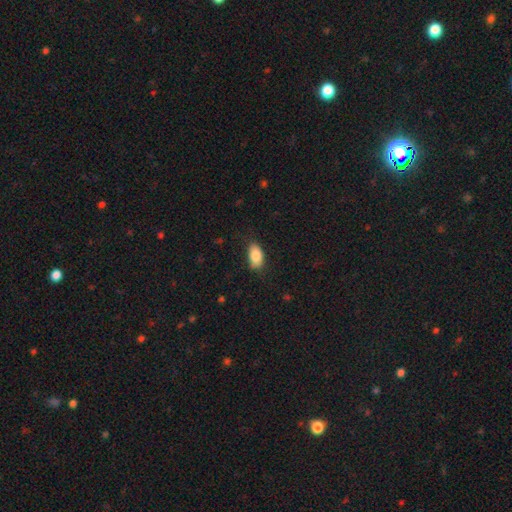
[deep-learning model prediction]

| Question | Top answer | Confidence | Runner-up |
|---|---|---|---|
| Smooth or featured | smooth | 86% | featured or disk (7%) |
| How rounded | in between | 92% | round (4%) |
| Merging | none | 79% | minor disturbance (17%) |